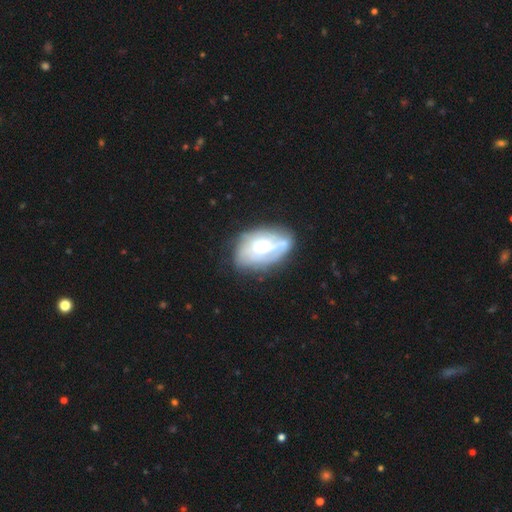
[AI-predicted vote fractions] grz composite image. It shows a featured or disk galaxy (59%) with no bar (68%), spiral arms (54%) and a moderate central bulge (59%). Merging: none (54%).